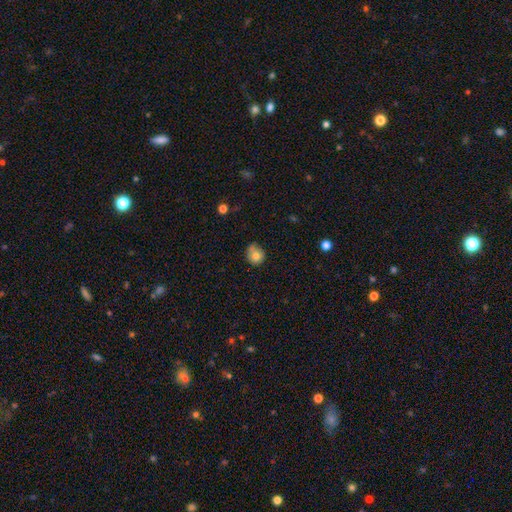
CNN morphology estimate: Overall: smooth (76%). How rounded: round (81%). Merging: none (56%; minor disturbance 30%).